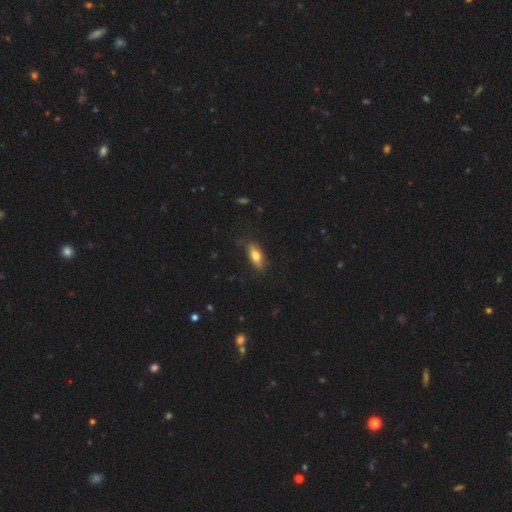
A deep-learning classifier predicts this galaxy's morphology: smooth 70%, featured or disk 23%, star or artifact 7%. Down the decision tree: how rounded — in between (67%); merging — none (79%).